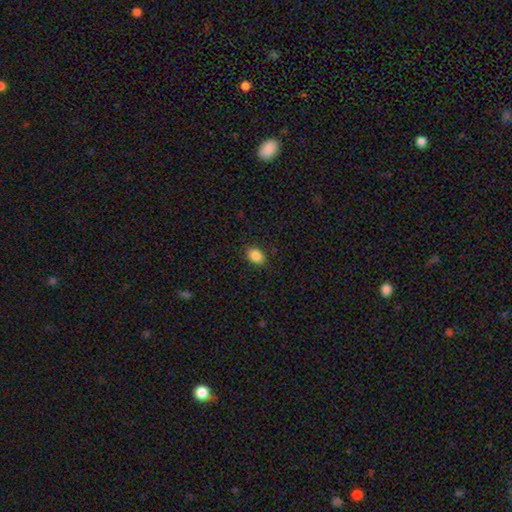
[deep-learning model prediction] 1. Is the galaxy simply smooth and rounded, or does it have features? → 86% smooth, 9% star or artifact, 4% featured or disk.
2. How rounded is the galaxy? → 79% in between, 20% round, 1% cigar-shaped.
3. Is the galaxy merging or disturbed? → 88% none, 9% minor disturbance, 2% major disturbance, 1% merger.